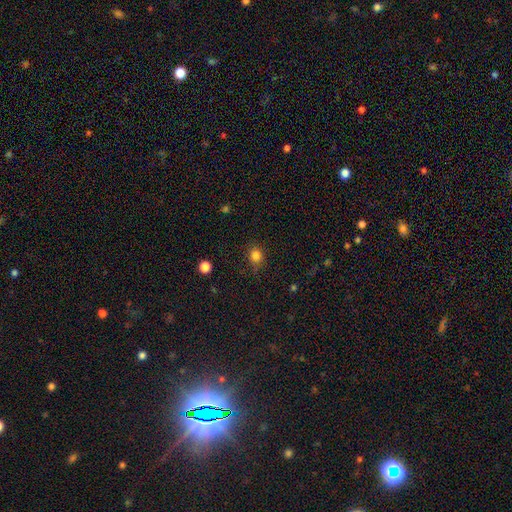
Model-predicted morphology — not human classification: A smooth galaxy with no disk features (83%) that is round (79%). Merging: none (81%).